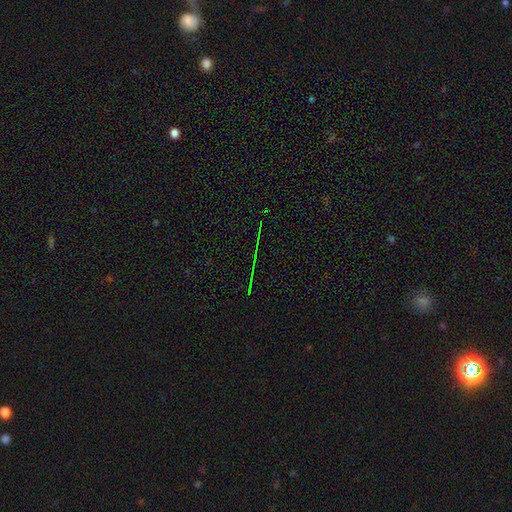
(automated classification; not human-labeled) star or artifact 79%, featured or disk 12%, smooth 9%.